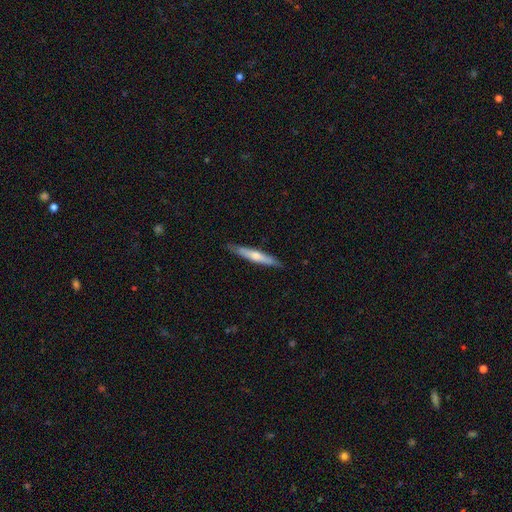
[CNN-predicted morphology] Smooth or featured?
  - smooth: 49% *
  - featured or disk: 46%
  - star or artifact: 5%
Merging?
  - none: 88% *
  - minor disturbance: 9%
  - major disturbance: 2%
  - merger: 1%